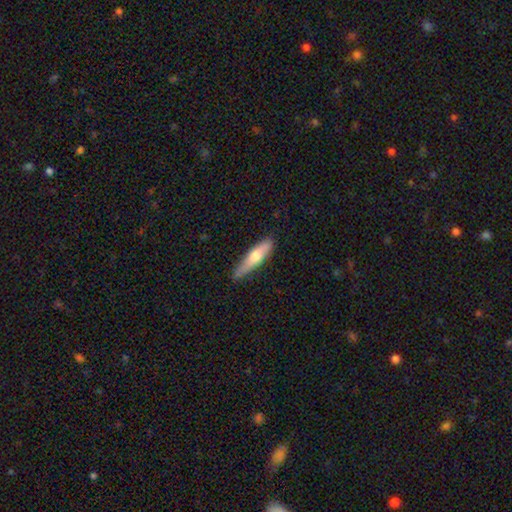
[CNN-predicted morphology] Smooth or featured?
  - smooth: 60% *
  - featured or disk: 35%
  - star or artifact: 5%
How rounded?
  - cigar-shaped: 78% *
  - in between: 20%
  - round: 2%
Merging?
  - none: 72% *
  - minor disturbance: 23%
  - major disturbance: 3%
  - merger: 2%